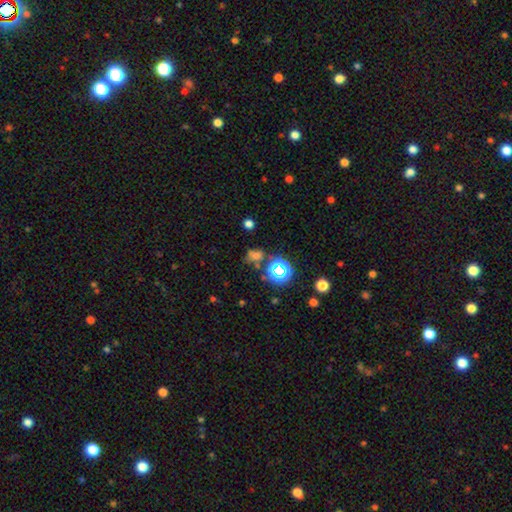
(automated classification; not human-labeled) Smooth or featured? Predicted: smooth (p=0.55). How rounded? Predicted: round (p=0.53). Merging? Predicted: none (p=0.58).